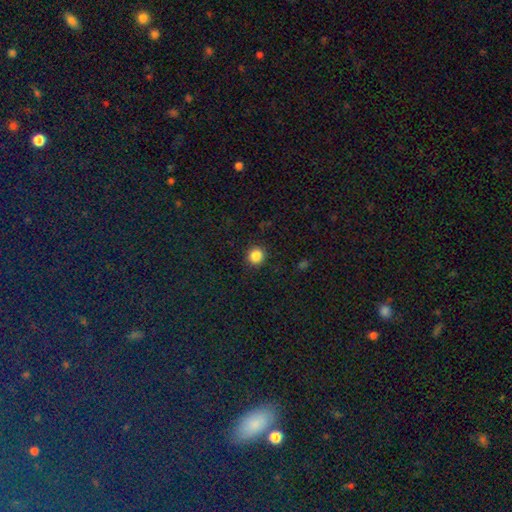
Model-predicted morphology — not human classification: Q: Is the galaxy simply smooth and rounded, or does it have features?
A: smooth — 86%.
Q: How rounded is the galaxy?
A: round — 93%.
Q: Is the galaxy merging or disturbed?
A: none — 91%.